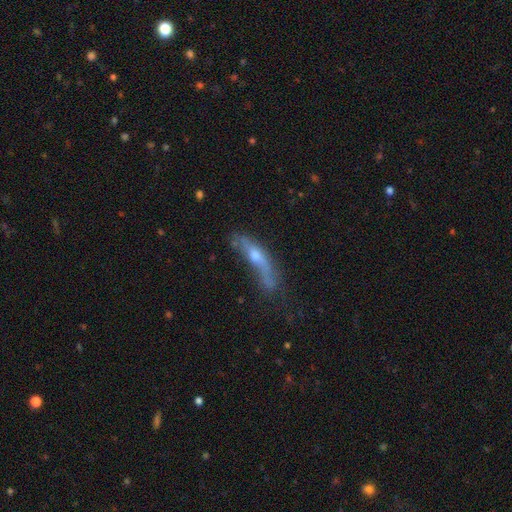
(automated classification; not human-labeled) Overall: featured or disk (56%; smooth 36%). Edge-on disk: yes (62%; no 38%). Merging: none (37%; minor disturbance 29%).